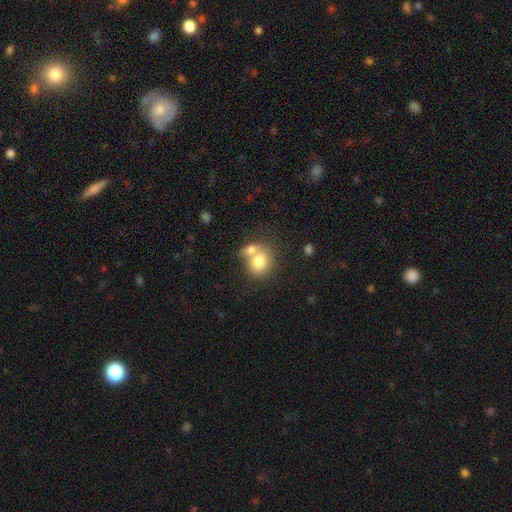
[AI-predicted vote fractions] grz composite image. It shows a smooth galaxy with no disk features (75%) that is round (64%). Merging: merger (48%).